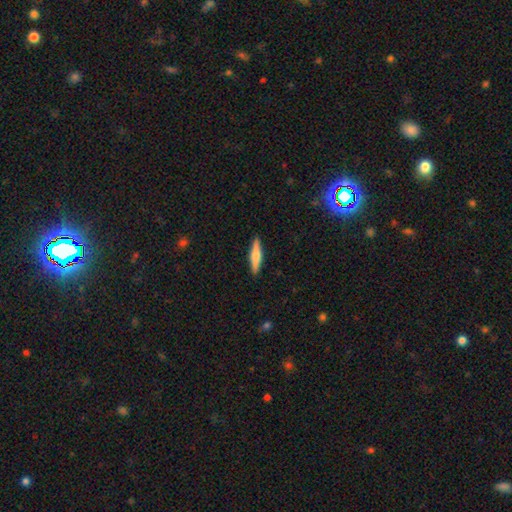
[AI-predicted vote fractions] Q: Smooth or featured?
A: smooth (48%); runner-up: featured or disk (46%)
Q: Merging?
A: none (91%); runner-up: minor disturbance (6%)